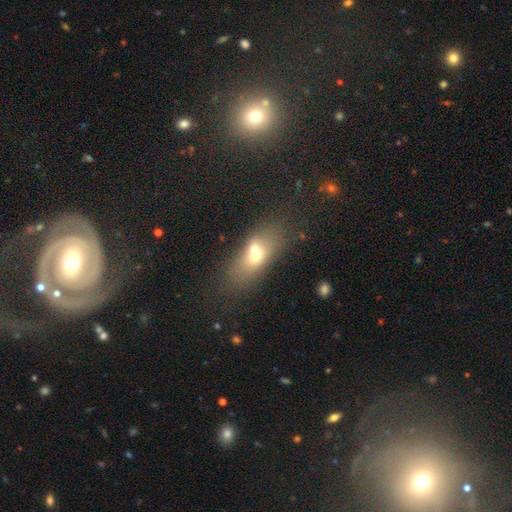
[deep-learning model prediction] Morphology: type=smooth (54%); roundness=in between (71%); merging=merger (44%).